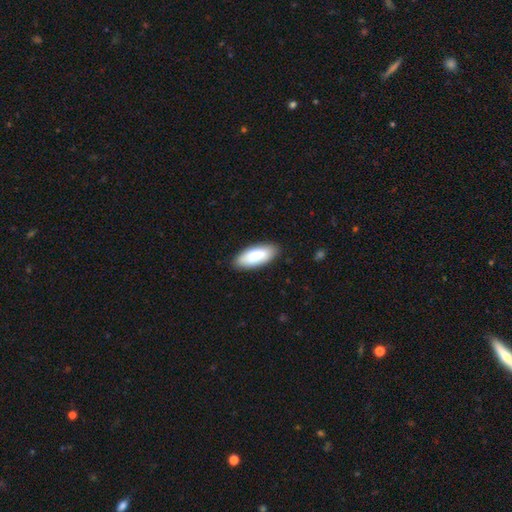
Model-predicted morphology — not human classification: Smooth or featured?
  - smooth: 84% *
  - featured or disk: 10%
  - star or artifact: 6%
How rounded?
  - in between: 83% *
  - cigar-shaped: 16%
  - round: 2%
Merging?
  - none: 86% *
  - minor disturbance: 11%
  - major disturbance: 2%
  - merger: 1%